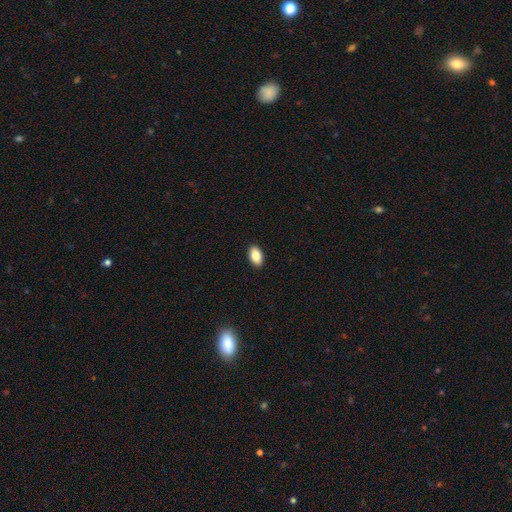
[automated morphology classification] Smooth or featured?
  - smooth: 86% *
  - star or artifact: 7%
  - featured or disk: 7%
How rounded?
  - in between: 92% *
  - round: 6%
  - cigar-shaped: 2%
Merging?
  - none: 91% *
  - minor disturbance: 6%
  - major disturbance: 2%
  - merger: 1%